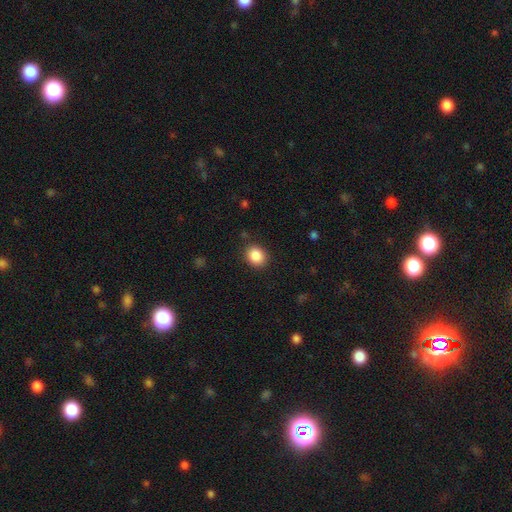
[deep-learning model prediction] smooth-or-featured: smooth: 87% | star or artifact: 9% | featured or disk: 4%
  how-rounded: round: 60% | in between: 40% | cigar-shaped: 1%
  merging: none: 87% | minor disturbance: 9% | major disturbance: 3% | merger: 1%